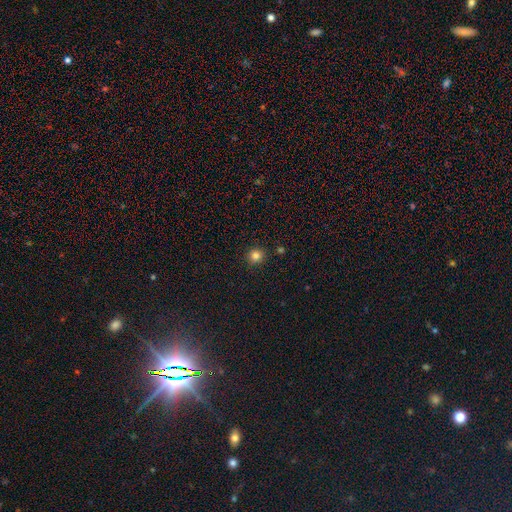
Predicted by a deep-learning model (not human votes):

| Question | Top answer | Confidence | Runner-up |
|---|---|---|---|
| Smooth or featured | smooth | 81% | star or artifact (14%) |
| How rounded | round | 92% | in between (7%) |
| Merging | none | 90% | minor disturbance (6%) |